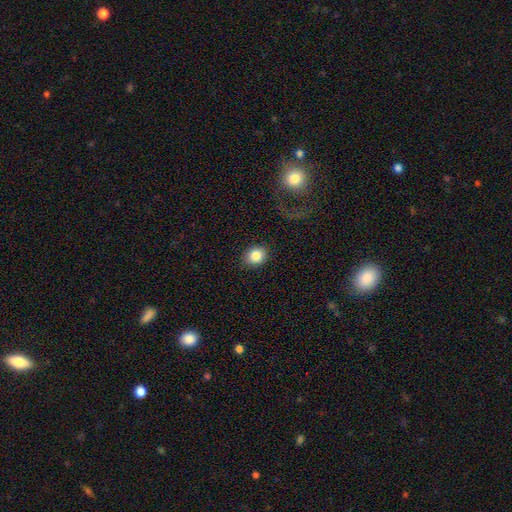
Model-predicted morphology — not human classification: This appears to be a smooth galaxy with no disk features (85%) that is round (63%). Merging: none (88%).